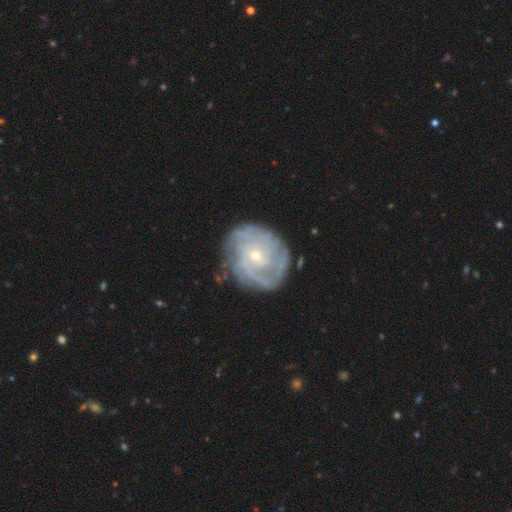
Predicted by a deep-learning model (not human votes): smooth_or_featured: featured or disk (p=0.85) [alt: smooth p=0.09]
disk_edge_on: no (p=0.97) [alt: yes p=0.03]
bar: no (p=0.68) [alt: weak p=0.27]
has_spiral_arms: yes (p=0.95) [alt: no p=0.05]
spiral_winding: tight (p=0.68) [alt: medium p=0.25]
spiral_arm_count: can't tell (p=0.34) [alt: 3 p=0.18]
bulge_size: small (p=0.70) [alt: moderate p=0.27]
merging: none (p=0.75) [alt: minor disturbance p=0.17]